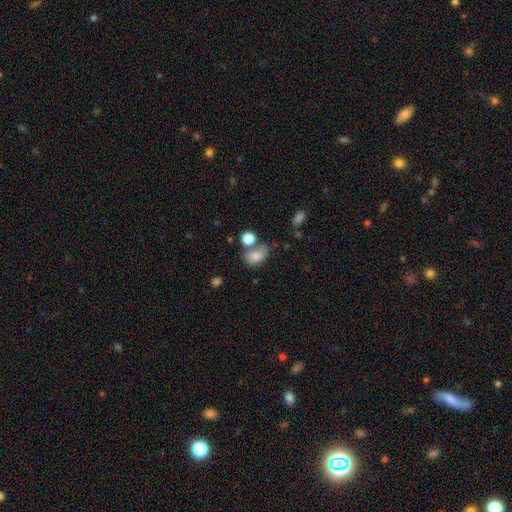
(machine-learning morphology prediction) smooth 79%, featured or disk 11%, star or artifact 10%. Down the decision tree: how rounded — in between (74%); merging — none (41%).